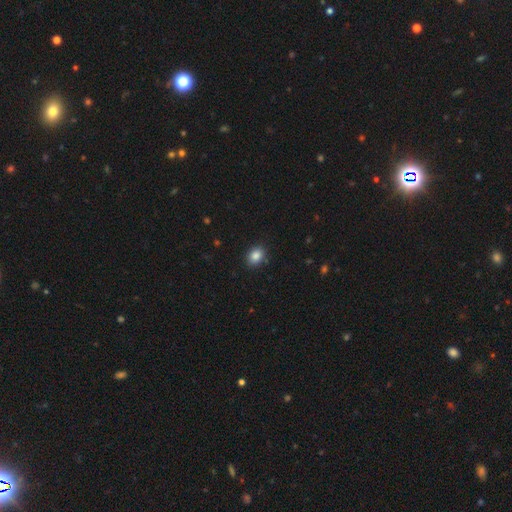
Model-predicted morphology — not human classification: A smooth galaxy with no disk features (87%) that is in between round and cigar-shaped (64%). Merging: none (88%).